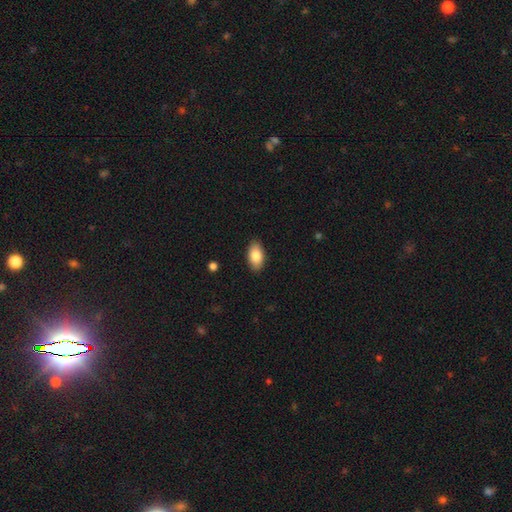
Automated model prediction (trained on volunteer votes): Smooth or featured?
  - smooth: 84% *
  - featured or disk: 10%
  - star or artifact: 7%
How rounded?
  - in between: 94% *
  - round: 4%
  - cigar-shaped: 2%
Merging?
  - none: 89% *
  - minor disturbance: 8%
  - major disturbance: 2%
  - merger: 1%